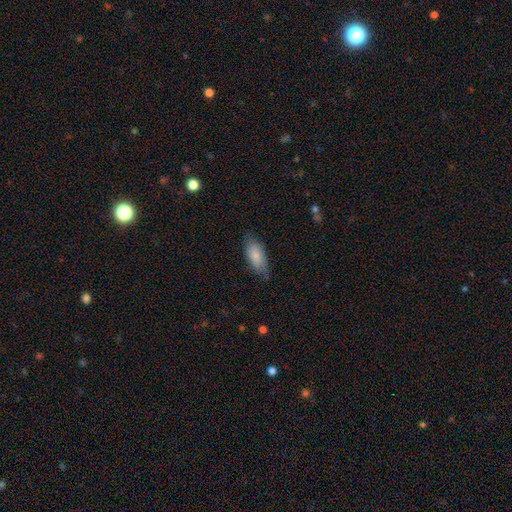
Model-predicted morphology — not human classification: smooth-or-featured: smooth: 82% | featured or disk: 12% | star or artifact: 6%
  how-rounded: in between: 87% | cigar-shaped: 11% | round: 2%
  merging: none: 70% | minor disturbance: 24% | major disturbance: 5% | merger: 1%